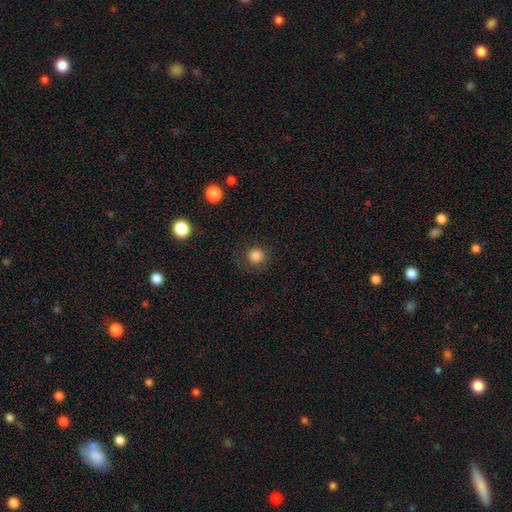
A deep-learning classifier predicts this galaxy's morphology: The model was most divided on "merging": none: 81%, minor disturbance: 11%, major disturbance: 6%, merger: 1%. More confident: how rounded — round (93%); smooth or featured — smooth (85%).